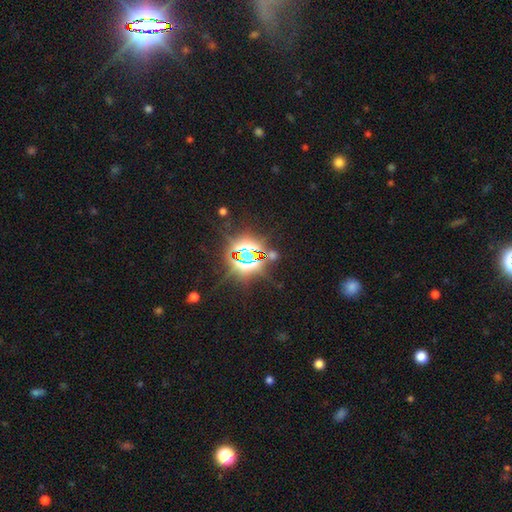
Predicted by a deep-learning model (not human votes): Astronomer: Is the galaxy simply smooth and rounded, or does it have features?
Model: star or artifact — 83%.